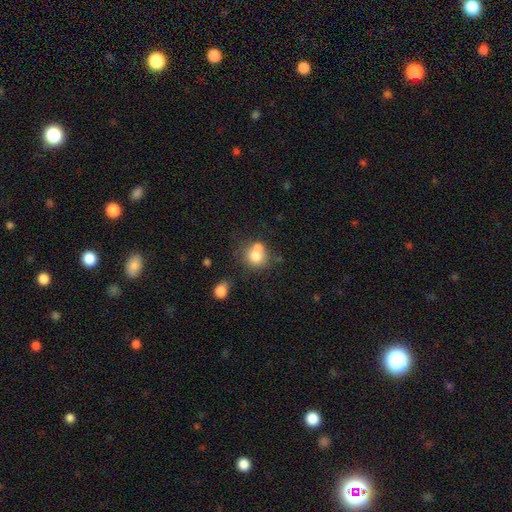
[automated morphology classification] Smooth or featured? smooth (72%)
How rounded? round (78%)
Merging? merger (47%)